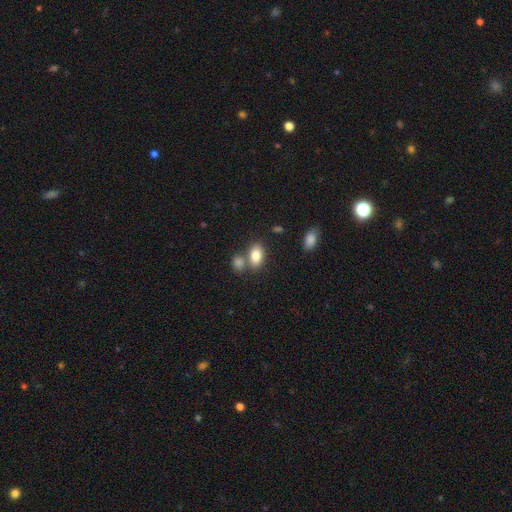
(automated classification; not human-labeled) Q: Smooth or featured?
A: smooth (84%); runner-up: featured or disk (8%)
Q: How rounded?
A: in between (87%); runner-up: round (11%)
Q: Merging?
A: none (57%); runner-up: merger (28%)